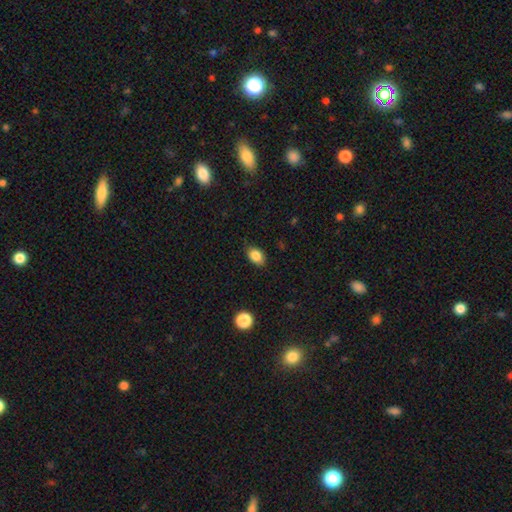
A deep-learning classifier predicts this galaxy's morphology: Smooth or featured?
  - smooth: 85% *
  - star or artifact: 9%
  - featured or disk: 6%
How rounded?
  - in between: 80% *
  - round: 19%
  - cigar-shaped: 2%
Merging?
  - none: 82% *
  - minor disturbance: 14%
  - major disturbance: 3%
  - merger: 1%